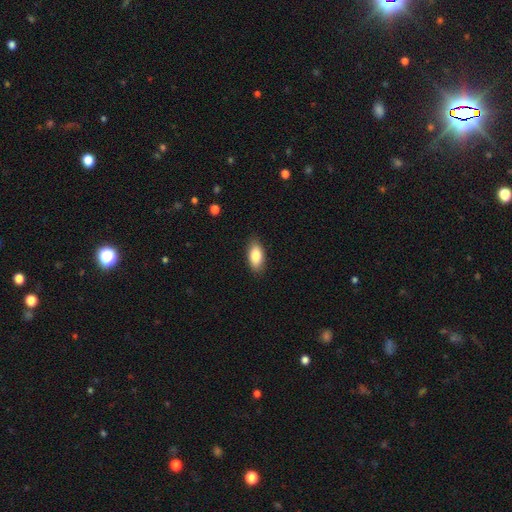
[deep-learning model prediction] Smooth or featured? smooth (84%)
How rounded? in between (90%)
Merging? none (87%)